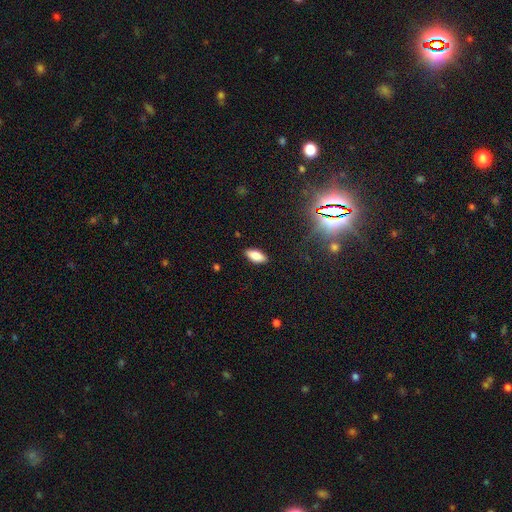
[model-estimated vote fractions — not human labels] Morphology: type=smooth (82%); roundness=in between (86%); merging=none (88%).